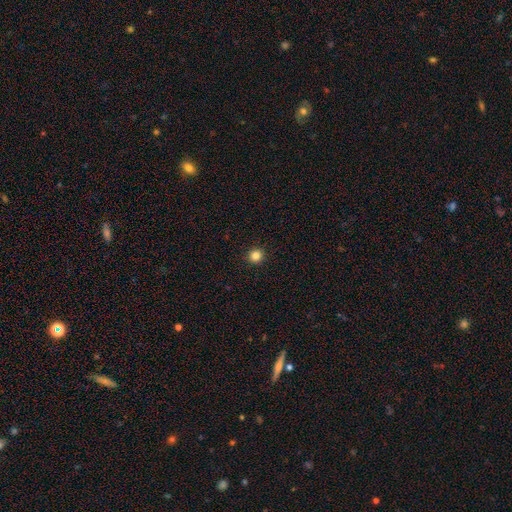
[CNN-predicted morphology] This appears to be a smooth galaxy with no disk features (84%) that is round (94%). Merging: none (93%).